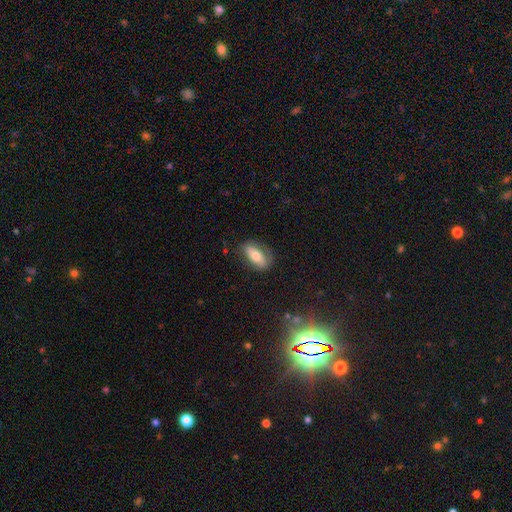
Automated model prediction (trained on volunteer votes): smooth-or-featured: smooth: 64% | featured or disk: 29% | star or artifact: 7%
  how-rounded: in between: 82% | cigar-shaped: 14% | round: 4%
  merging: none: 74% | minor disturbance: 18% | major disturbance: 7% | merger: 1%